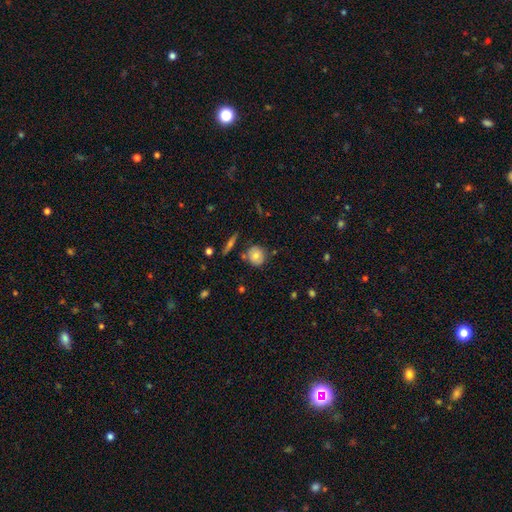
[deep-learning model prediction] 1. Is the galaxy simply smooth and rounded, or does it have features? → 70% smooth, 21% featured or disk, 10% star or artifact.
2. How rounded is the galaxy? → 84% round, 14% in between, 2% cigar-shaped.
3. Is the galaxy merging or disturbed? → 77% none, 14% minor disturbance, 7% merger, 3% major disturbance.